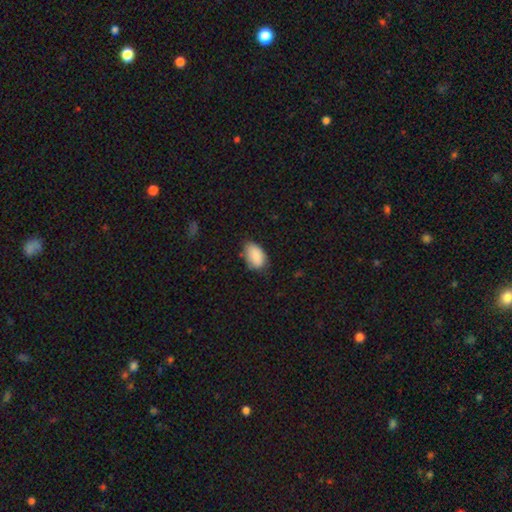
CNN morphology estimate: Smooth or featured? Predicted: smooth (p=0.88). How rounded? Predicted: in between (p=0.93). Merging? Predicted: none (p=0.62).